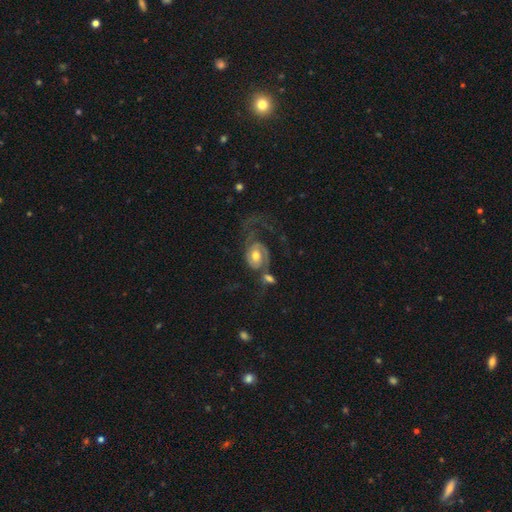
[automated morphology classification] featured or disk 81%, smooth 13%, star or artifact 5%. Down the decision tree: edge-on disk — no (97%); bar — no (66%); spiral arms — yes (93%); spiral arm count — 2 (70%); spiral winding — medium (39%); bulge size — moderate (73%); merging — major disturbance (33%).